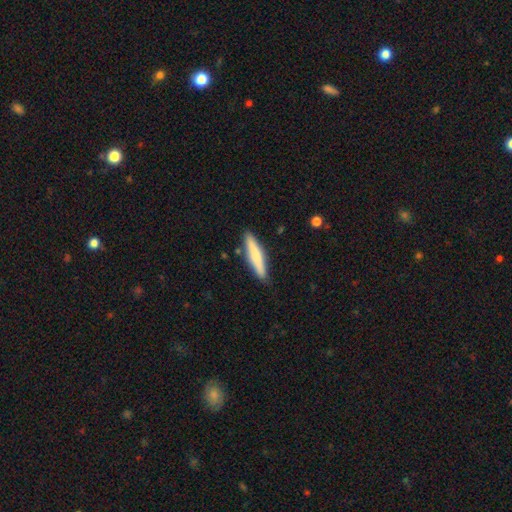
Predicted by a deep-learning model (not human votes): Smooth or featured?
  - smooth: 70% *
  - featured or disk: 25%
  - star or artifact: 5%
How rounded?
  - cigar-shaped: 89% *
  - in between: 10%
  - round: 1%
Merging?
  - none: 87% *
  - minor disturbance: 9%
  - merger: 2%
  - major disturbance: 2%